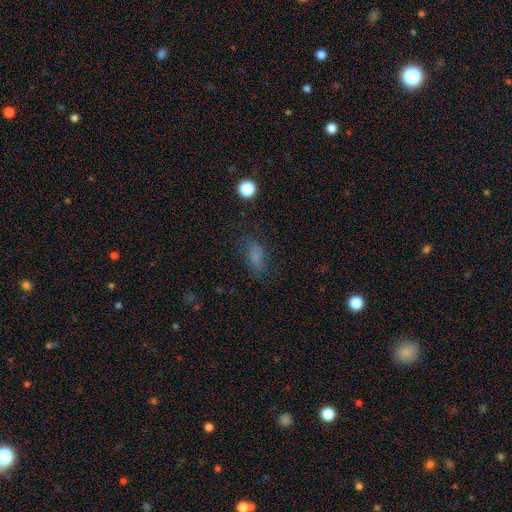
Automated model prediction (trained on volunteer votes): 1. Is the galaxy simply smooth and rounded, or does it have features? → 71% smooth, 17% star or artifact, 12% featured or disk.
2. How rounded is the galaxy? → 82% in between, 10% round, 8% cigar-shaped.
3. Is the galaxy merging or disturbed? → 67% none, 20% minor disturbance, 12% major disturbance, 2% merger.